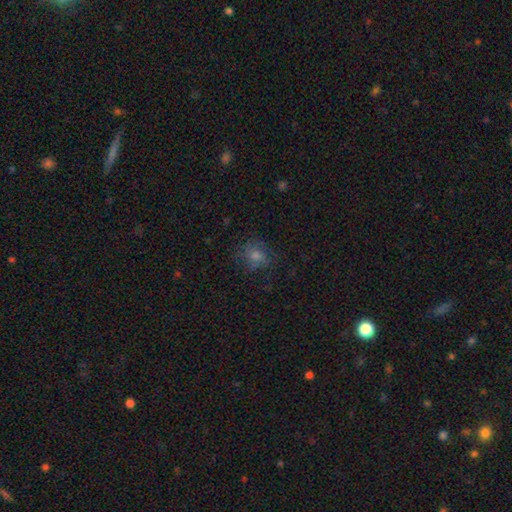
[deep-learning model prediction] Morphology: type=smooth (58%); roundness=round (72%); merging=none (71%).